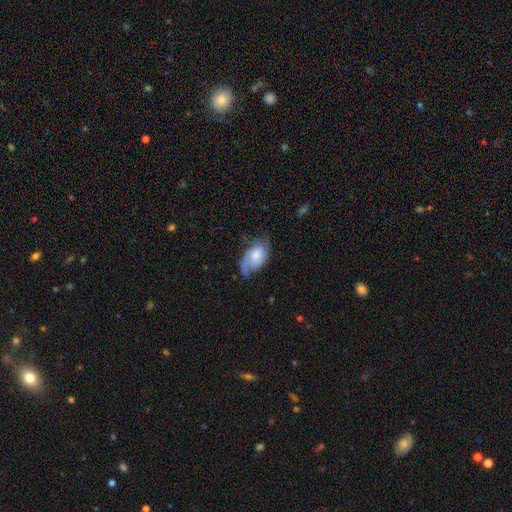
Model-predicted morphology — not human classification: A featured or disk galaxy (59%) with no bar (68%), spiral arms (88%) and a moderate central bulge (43%).

Vote fractions:
- Smooth or featured? featured or disk: 59% / smooth: 34% / star or artifact: 7%
- Edge-on disk? no: 95% / yes: 5%
- Bar? no: 68% / weak: 28% / strong: 4%
- Spiral arms? yes: 88% / no: 12%
- Bulge size? moderate: 43% / small: 25% / large: 20% / none: 10% / dominant: 3%
- Merging? none: 54% / minor disturbance: 28% / major disturbance: 16% / merger: 2%